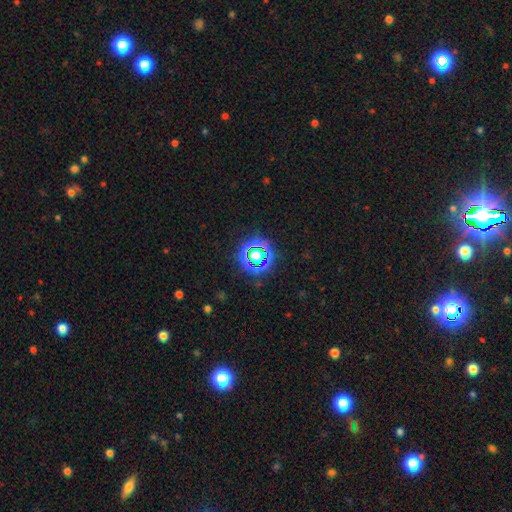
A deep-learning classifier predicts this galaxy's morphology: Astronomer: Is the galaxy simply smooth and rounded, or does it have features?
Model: star or artifact — 56% (runner-up: smooth, 32%).